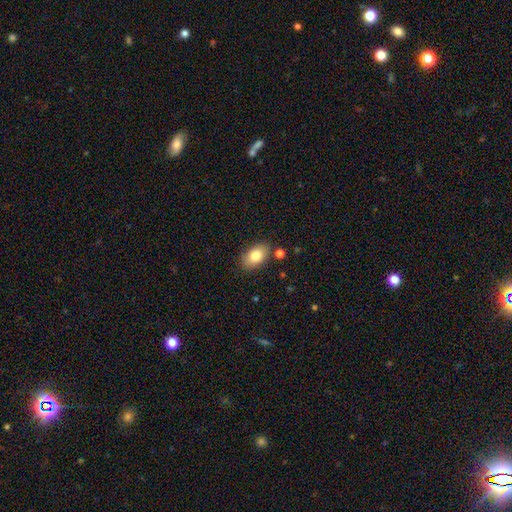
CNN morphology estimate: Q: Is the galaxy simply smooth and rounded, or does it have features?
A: smooth — 81%.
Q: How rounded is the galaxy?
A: in between — 90%.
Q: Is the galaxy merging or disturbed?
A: none — 81%.